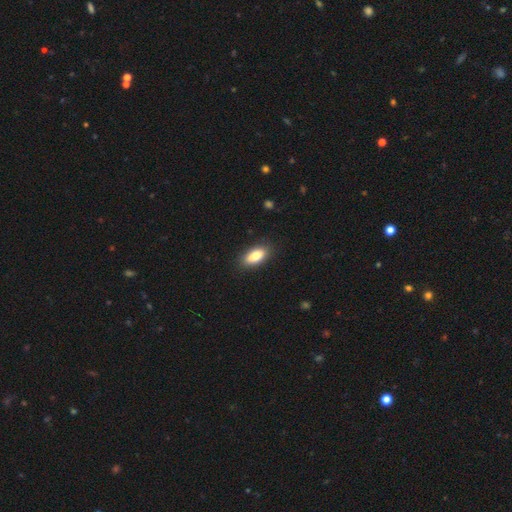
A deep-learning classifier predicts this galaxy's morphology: The model was most divided on "how rounded": in between: 83%, cigar-shaped: 14%, round: 3%. More confident: merging — none (88%); smooth or featured — smooth (83%).